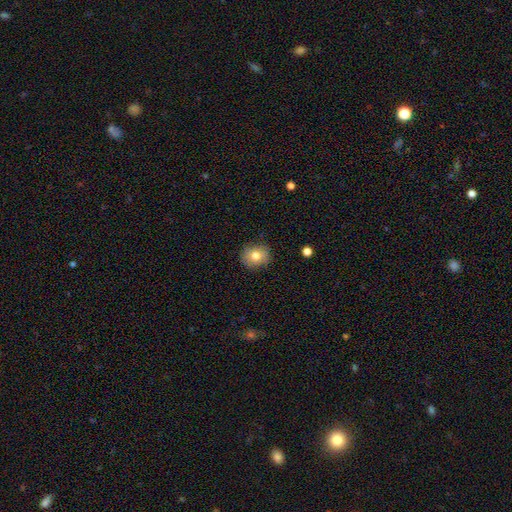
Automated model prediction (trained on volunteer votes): smooth-or-featured: smooth: 79% | featured or disk: 12% | star or artifact: 9%
  how-rounded: round: 70% | in between: 29% | cigar-shaped: 1%
  merging: none: 86% | minor disturbance: 10% | major disturbance: 2% | merger: 1%